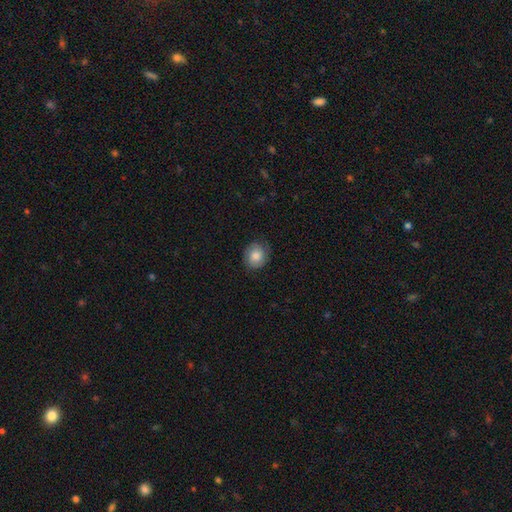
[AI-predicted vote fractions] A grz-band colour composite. It shows a smooth galaxy with no disk features (64%) that is round (72%). Merging: none (79%).